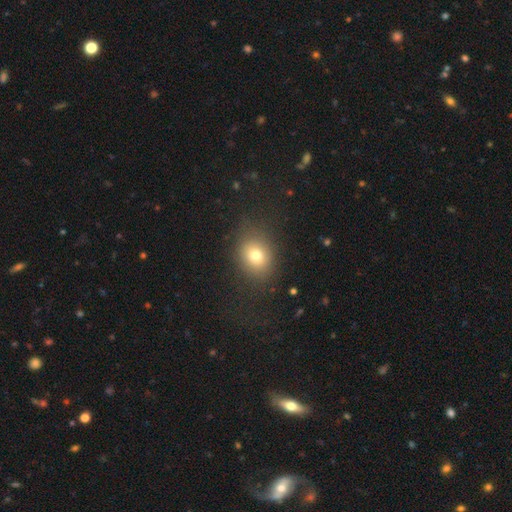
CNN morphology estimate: type=smooth (74%); roundness=round (60%); merging=none (80%).